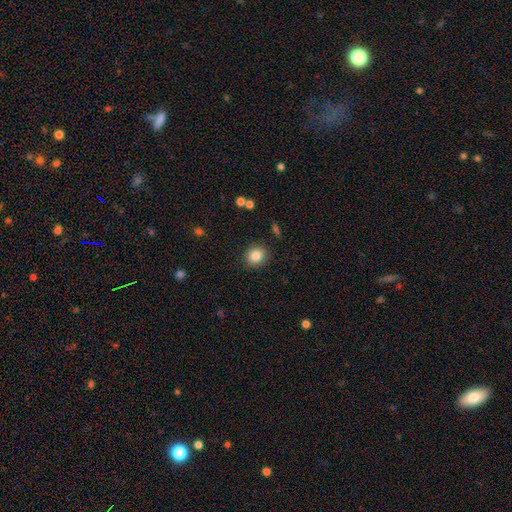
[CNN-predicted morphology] smooth-or-featured: smooth: 85% | star or artifact: 10% | featured or disk: 6%
  how-rounded: round: 80% | in between: 19% | cigar-shaped: 1%
  merging: none: 88% | minor disturbance: 7% | major disturbance: 3% | merger: 1%